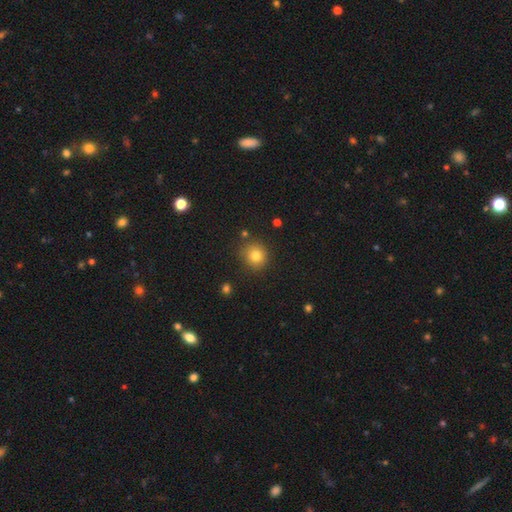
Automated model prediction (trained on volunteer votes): smooth-or-featured: smooth: 80% | star or artifact: 13% | featured or disk: 7%
  how-rounded: round: 90% | in between: 9% | cigar-shaped: 1%
  merging: none: 85% | minor disturbance: 9% | merger: 3% | major disturbance: 3%